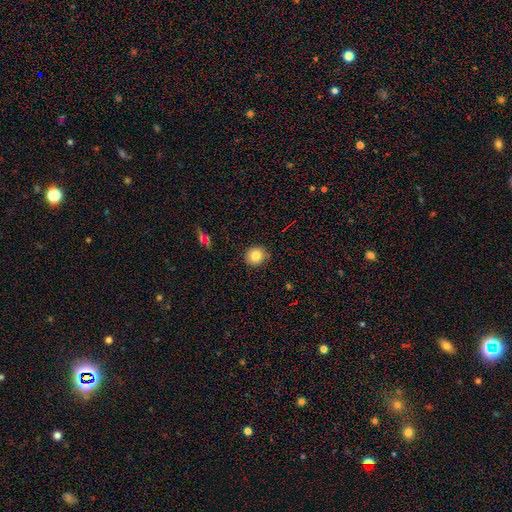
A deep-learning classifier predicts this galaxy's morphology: This appears to be a smooth galaxy with no disk features (81%) that is round (89%). Merging: none (88%).